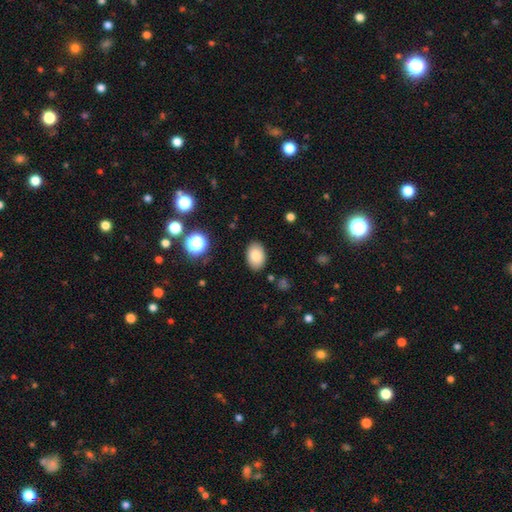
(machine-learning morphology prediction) type=smooth (83%); roundness=in between (86%); merging=none (87%).